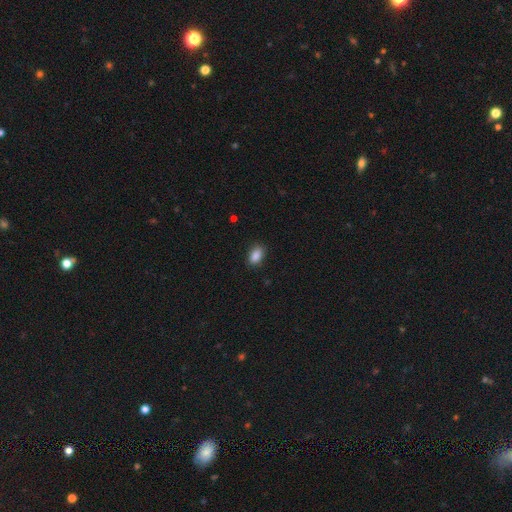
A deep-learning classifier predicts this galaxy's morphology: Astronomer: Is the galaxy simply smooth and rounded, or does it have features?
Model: smooth — 88%.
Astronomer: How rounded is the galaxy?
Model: in between — 89%.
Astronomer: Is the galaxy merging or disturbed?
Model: none — 87%.